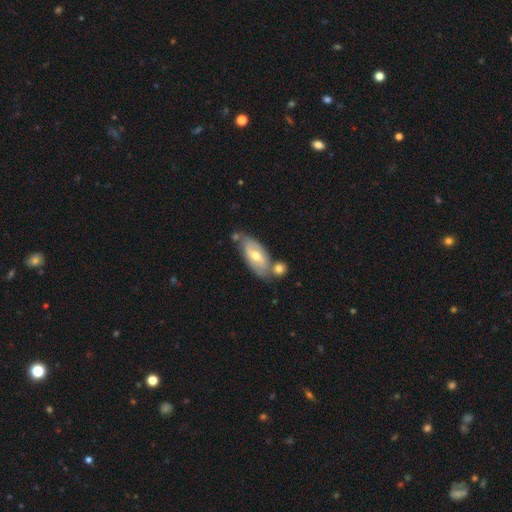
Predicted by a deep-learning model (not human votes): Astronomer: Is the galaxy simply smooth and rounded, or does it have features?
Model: featured or disk — 53% (runner-up: smooth, 41%).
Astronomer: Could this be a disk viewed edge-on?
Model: no — 86%.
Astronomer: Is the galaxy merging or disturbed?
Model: none — 56%.